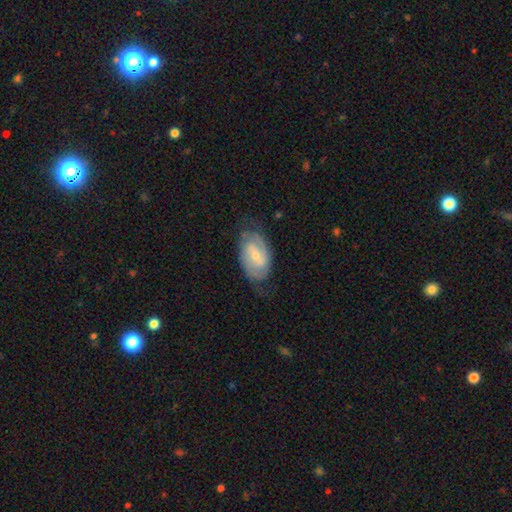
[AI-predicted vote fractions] The model was most divided on "spiral winding": tight: 45%, medium: 41%, loose: 14%. Remaining: edge-on disk — no (96%); spiral arms — yes (91%); spiral arm count — 2 (75%); smooth or featured — featured or disk (75%); merging — none (70%); bulge size — small (63%); bar — weak (48%).